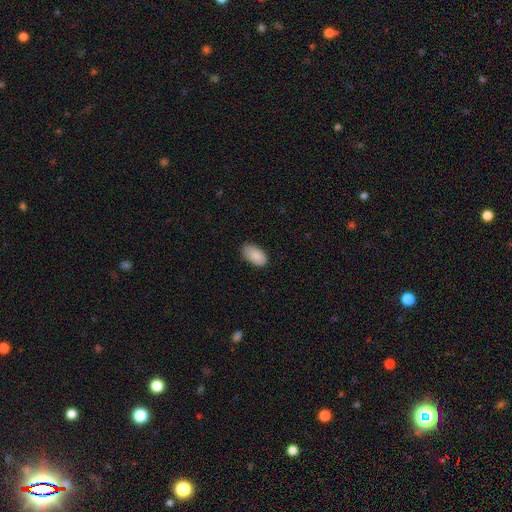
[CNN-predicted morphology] Smooth or featured: smooth — 89% (star or artifact — 7%)
How rounded: in between — 95% (round — 3%)
Merging: none — 83% (minor disturbance — 14%)